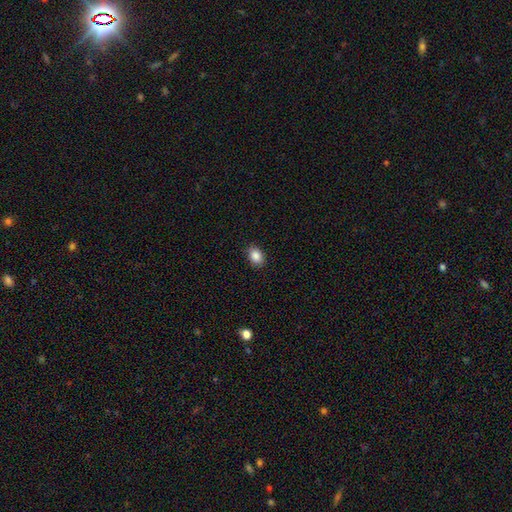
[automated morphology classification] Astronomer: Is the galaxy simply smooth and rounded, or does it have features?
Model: smooth — 87%.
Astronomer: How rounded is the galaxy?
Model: in between — 74%.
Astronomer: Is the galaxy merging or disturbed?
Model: none — 88%.